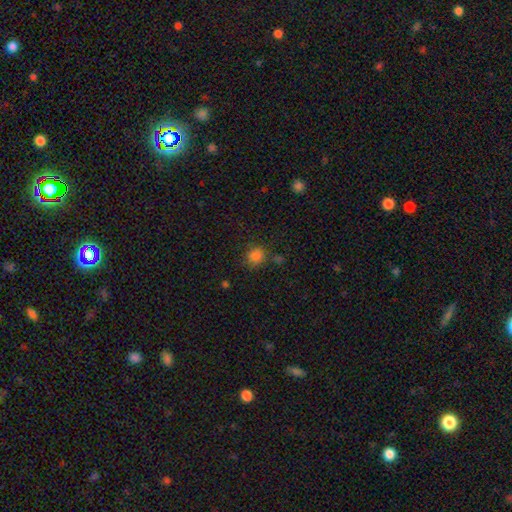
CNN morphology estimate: This appears to be a smooth galaxy with no disk features (82%) that is round (78%). Merging: none (73%).